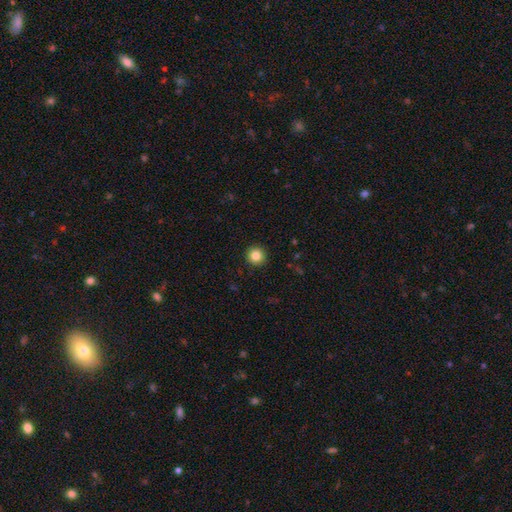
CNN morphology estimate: smooth-or-featured: smooth: 84% | star or artifact: 11% | featured or disk: 6%
  how-rounded: round: 96% | in between: 3% | cigar-shaped: 1%
  merging: none: 93% | minor disturbance: 4% | major disturbance: 2% | merger: 1%